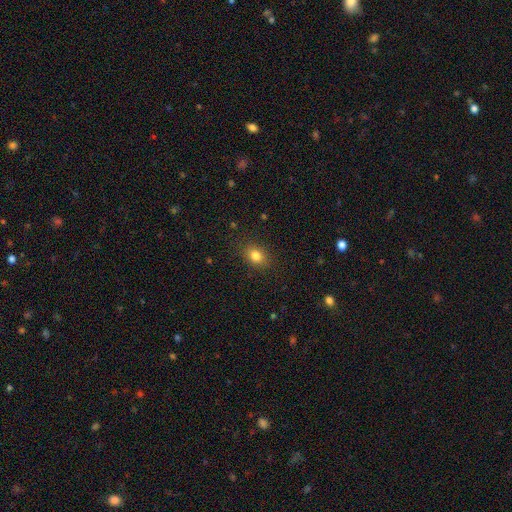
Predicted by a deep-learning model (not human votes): Morphology: type=smooth (82%); roundness=in between (62%); merging=none (86%).